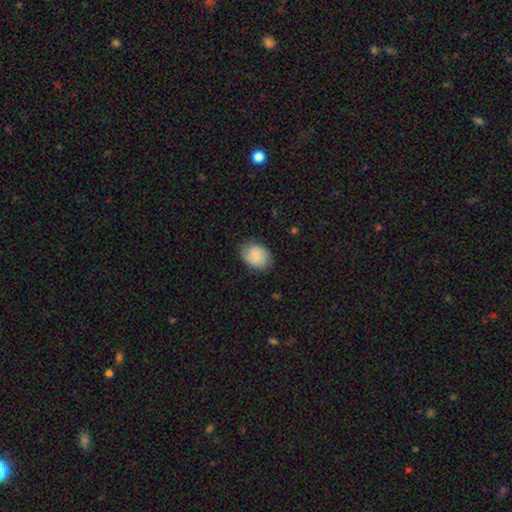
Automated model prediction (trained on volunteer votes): A smooth galaxy with no disk features (75%) that is in between round and cigar-shaped (72%). Merging: none (78%).